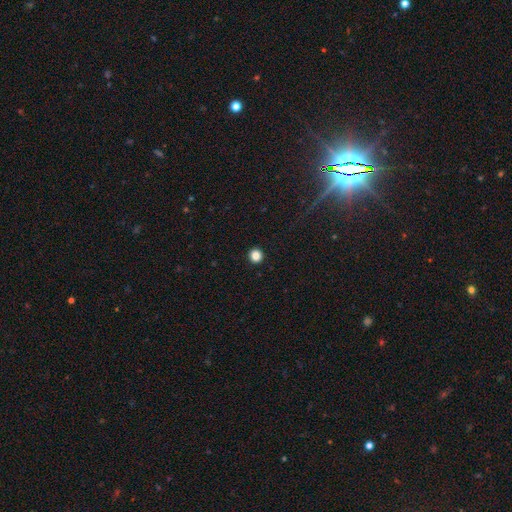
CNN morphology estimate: A smooth galaxy with no disk features (85%) that is round (93%).

Vote fractions:
- Smooth or featured? smooth: 85% / star or artifact: 11% / featured or disk: 3%
- How rounded? round: 93% / in between: 6% / cigar-shaped: 1%
- Merging? none: 94% / minor disturbance: 4% / major disturbance: 1% / merger: 1%